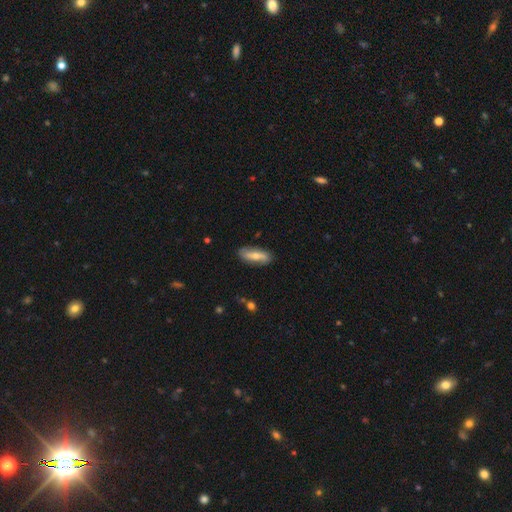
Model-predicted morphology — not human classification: Smooth or featured? smooth (51%)
How rounded? in between (60%)
Merging? none (84%)